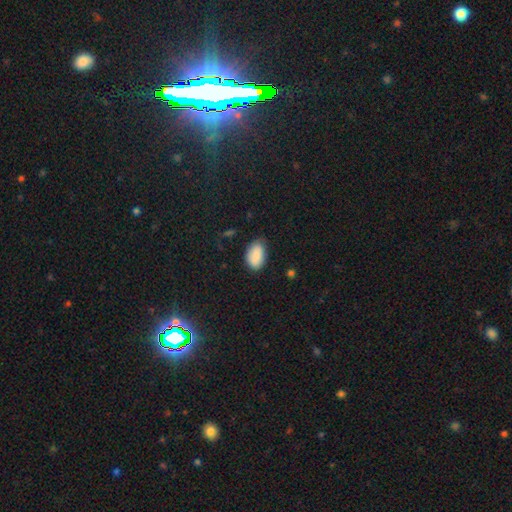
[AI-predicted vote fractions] Smooth or featured? smooth (89%)
How rounded? in between (92%)
Merging? none (70%)